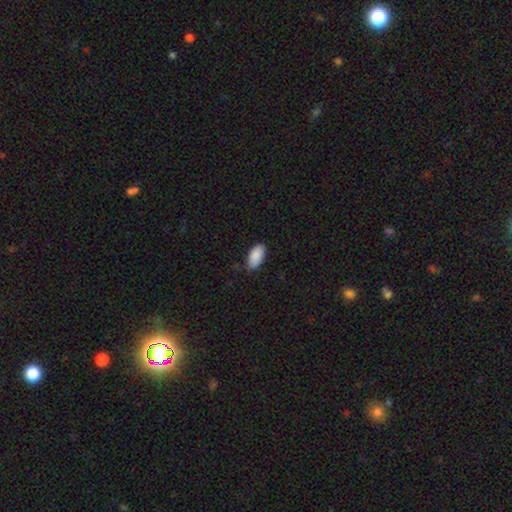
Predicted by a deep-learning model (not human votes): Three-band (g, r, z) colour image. It shows a smooth galaxy with no disk features (89%) that is in between round and cigar-shaped (94%). Merging: none (76%).